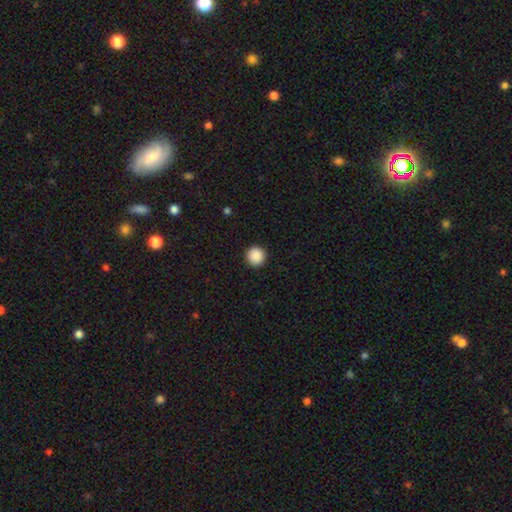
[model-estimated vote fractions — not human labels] Smooth or featured?
  - smooth: 89% *
  - star or artifact: 9%
  - featured or disk: 2%
How rounded?
  - round: 96% *
  - in between: 3%
  - cigar-shaped: 1%
Merging?
  - none: 93% *
  - minor disturbance: 4%
  - major disturbance: 2%
  - merger: 1%